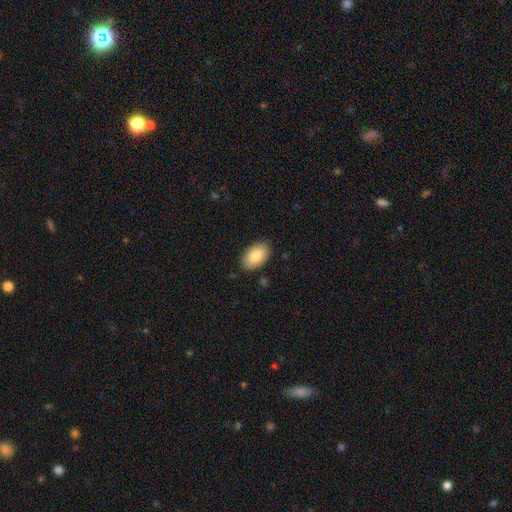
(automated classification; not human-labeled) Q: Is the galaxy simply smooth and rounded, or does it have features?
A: smooth — 83%.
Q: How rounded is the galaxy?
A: in between — 94%.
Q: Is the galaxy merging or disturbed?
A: none — 85%.